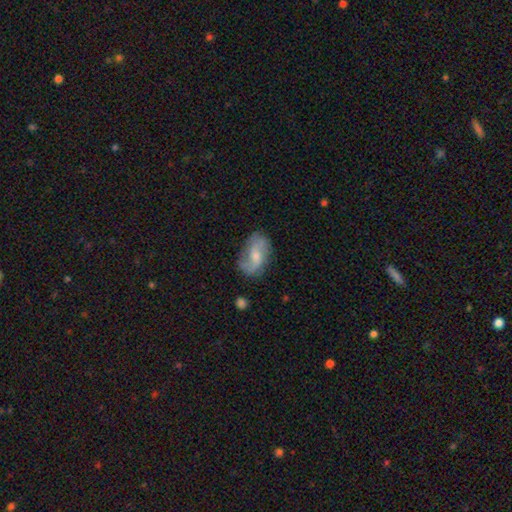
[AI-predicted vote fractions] This is likely a featured or disk galaxy (61%). It is clearly not viewed edge-on (96%). Bar: possibly weak (45%, tied with no). Spiral arm pattern: clearly yes (86%). Spiral arm count: likely 2 (79%). Spiral winding: possibly loose (58%). Central bulge: marginally small (42%, tied with moderate). Merging: likely none (65%).